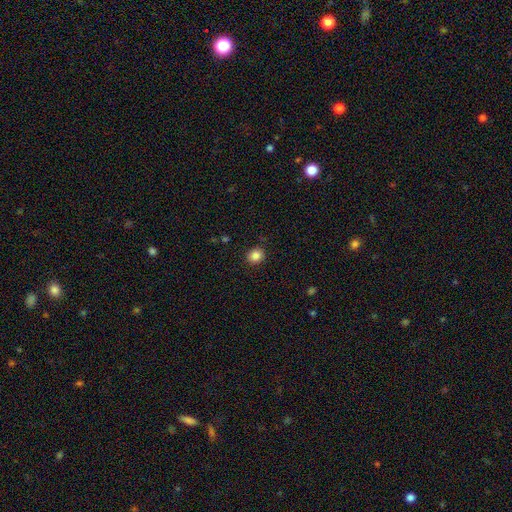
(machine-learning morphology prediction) Smooth or featured?
  - smooth: 85% *
  - star or artifact: 11%
  - featured or disk: 4%
How rounded?
  - round: 83% *
  - in between: 16%
  - cigar-shaped: 1%
Merging?
  - none: 90% *
  - minor disturbance: 7%
  - major disturbance: 2%
  - merger: 1%